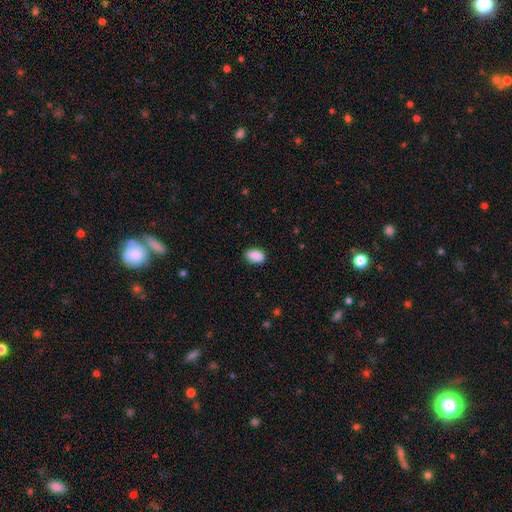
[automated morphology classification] Smooth or featured? Predicted: smooth (p=0.90). How rounded? Predicted: in between (p=0.91). Merging? Predicted: none (p=0.87).